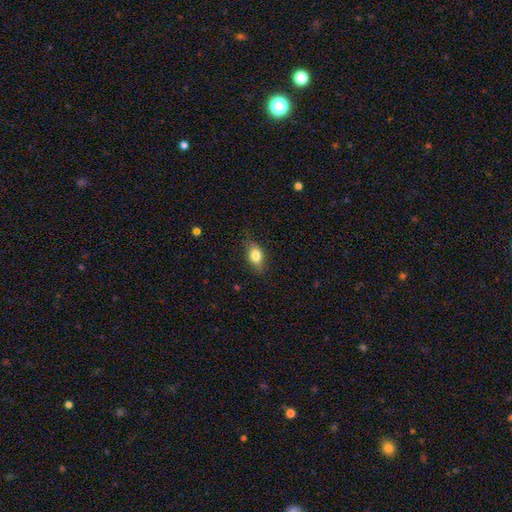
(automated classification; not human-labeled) Smooth or featured?
  - smooth: 76% *
  - featured or disk: 16%
  - star or artifact: 8%
How rounded?
  - in between: 82% *
  - round: 11%
  - cigar-shaped: 7%
Merging?
  - none: 78% *
  - minor disturbance: 17%
  - major disturbance: 4%
  - merger: 1%